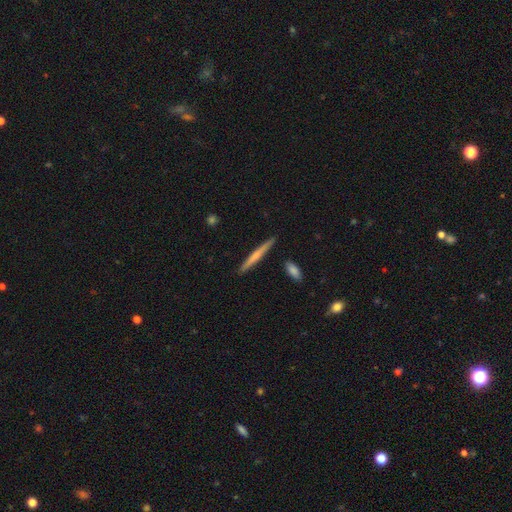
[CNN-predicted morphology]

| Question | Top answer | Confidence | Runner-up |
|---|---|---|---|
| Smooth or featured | smooth | 53% | featured or disk (41%) |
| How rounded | cigar-shaped | 96% | in between (3%) |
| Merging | none | 90% | minor disturbance (7%) |